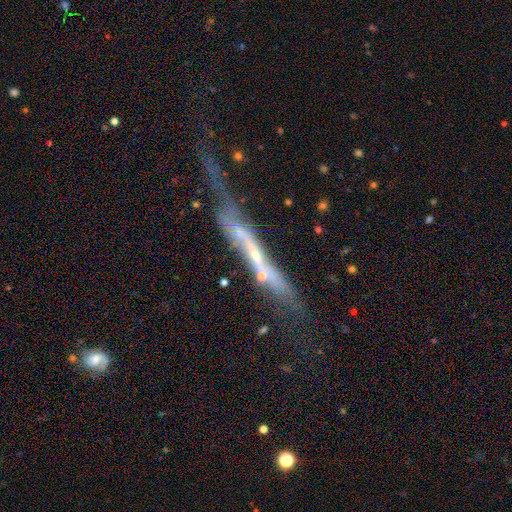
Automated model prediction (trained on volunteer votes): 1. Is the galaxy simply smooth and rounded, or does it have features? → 68% featured or disk, 21% smooth, 11% star or artifact.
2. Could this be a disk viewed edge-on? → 73% yes, 27% no.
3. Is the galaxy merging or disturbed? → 30% none, 28% major disturbance, 21% minor disturbance, 20% merger.